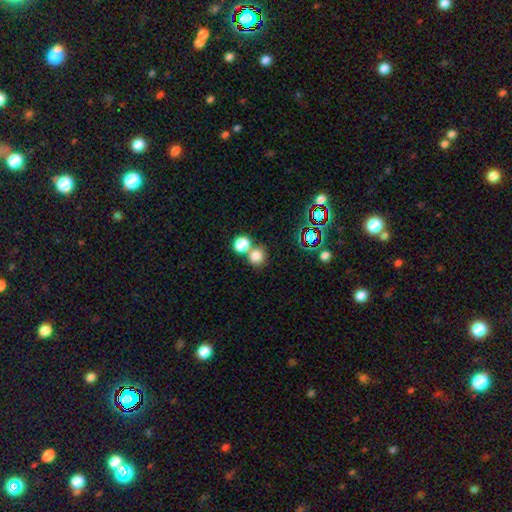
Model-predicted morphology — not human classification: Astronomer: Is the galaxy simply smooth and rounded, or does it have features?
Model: smooth — 78%.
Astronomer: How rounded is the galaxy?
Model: round — 83%.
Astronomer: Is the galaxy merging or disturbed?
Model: none — 48% (runner-up: merger, 42%).